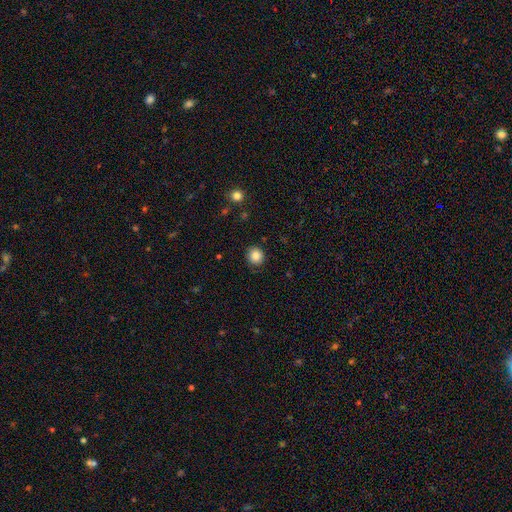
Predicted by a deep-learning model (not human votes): smooth-or-featured: smooth: 84% | star or artifact: 10% | featured or disk: 5%
  how-rounded: round: 89% | in between: 10% | cigar-shaped: 1%
  merging: none: 87% | minor disturbance: 9% | major disturbance: 3% | merger: 1%